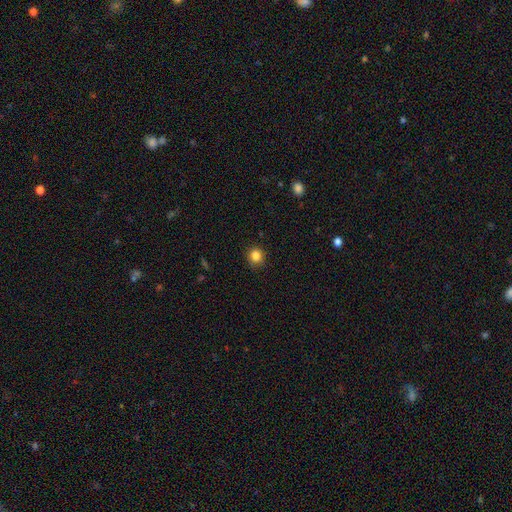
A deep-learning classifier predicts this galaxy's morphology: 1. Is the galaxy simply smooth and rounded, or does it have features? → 83% smooth, 12% star or artifact, 5% featured or disk.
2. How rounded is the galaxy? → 89% round, 10% in between, 1% cigar-shaped.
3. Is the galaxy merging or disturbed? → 88% none, 9% minor disturbance, 2% major disturbance, 1% merger.